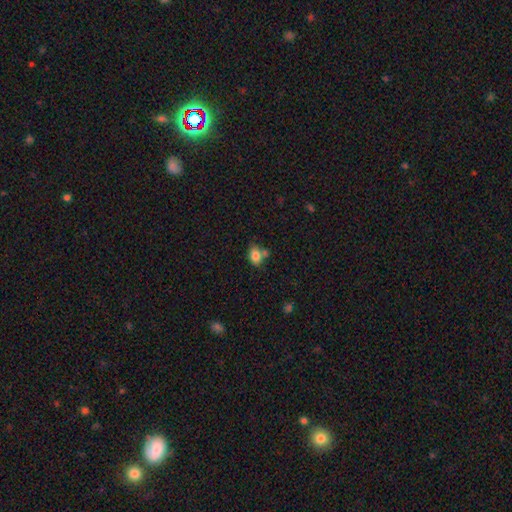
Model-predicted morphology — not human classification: Smooth or featured?
  - smooth: 82% *
  - star or artifact: 9%
  - featured or disk: 9%
How rounded?
  - in between: 79% *
  - round: 19%
  - cigar-shaped: 2%
Merging?
  - none: 49% *
  - merger: 27%
  - minor disturbance: 19%
  - major disturbance: 6%